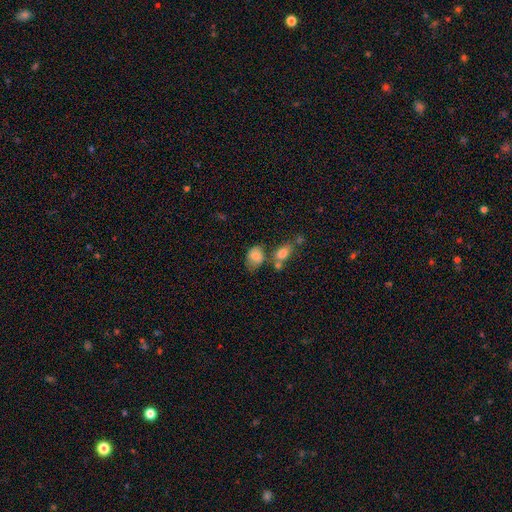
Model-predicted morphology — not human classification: Smooth or featured? smooth (81%)
How rounded? in between (65%)
Merging? none (42%)